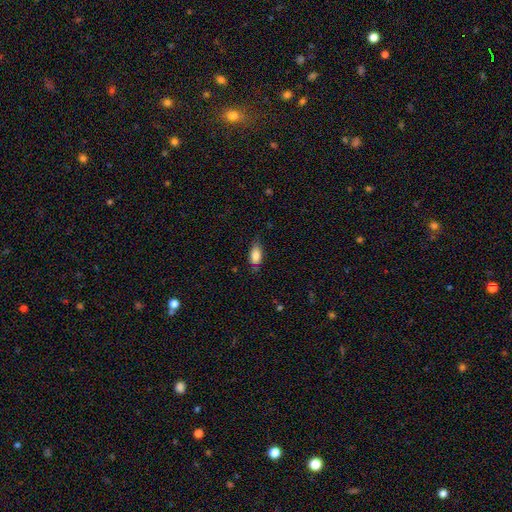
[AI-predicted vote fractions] Smooth or featured? smooth (82%)
How rounded? in between (87%)
Merging? none (67%)